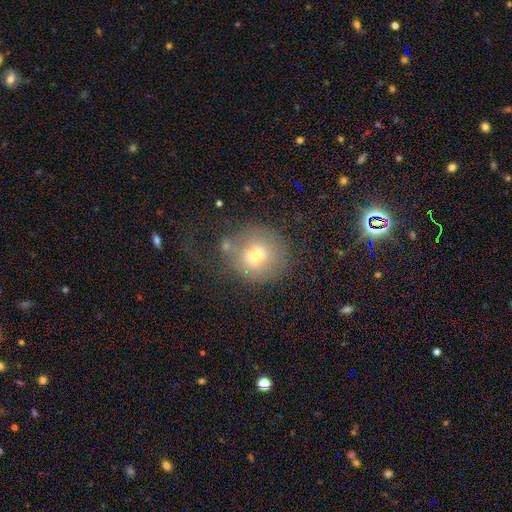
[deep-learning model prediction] smooth_or_featured: smooth (p=0.66) [alt: featured or disk p=0.23]
how_rounded: round (p=0.87) [alt: in between p=0.12]
merging: none (p=0.49) [alt: minor disturbance p=0.20]